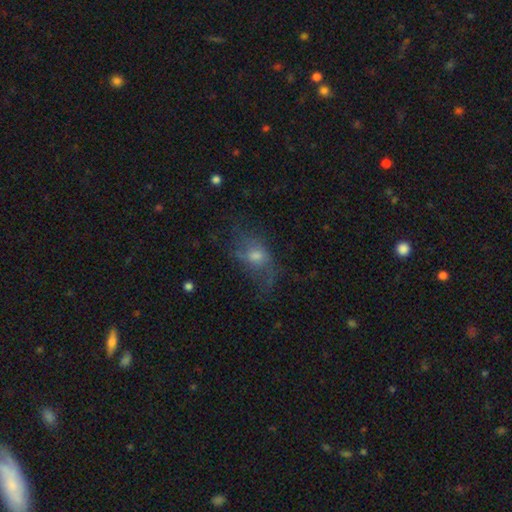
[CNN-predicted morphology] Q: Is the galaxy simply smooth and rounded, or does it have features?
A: smooth — 47%.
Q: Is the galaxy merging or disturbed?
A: none — 43%.